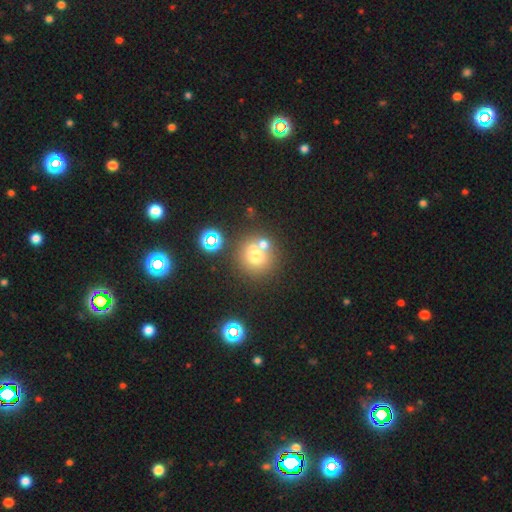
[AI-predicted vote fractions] smooth-or-featured: smooth: 62% | featured or disk: 19% | star or artifact: 19%
  how-rounded: round: 89% | in between: 10% | cigar-shaped: 1%
  merging: none: 52% | merger: 35% | minor disturbance: 8% | major disturbance: 4%